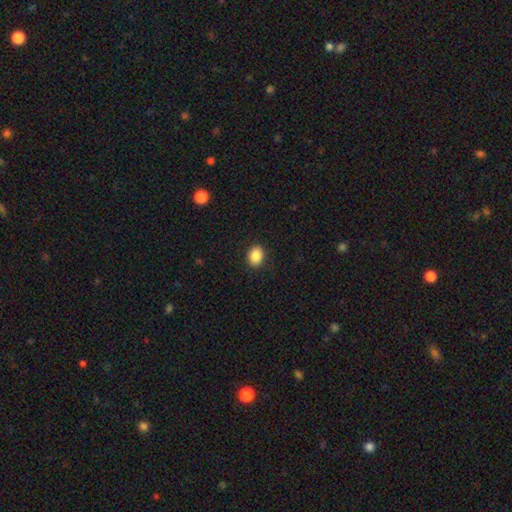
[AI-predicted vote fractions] A smooth galaxy with no disk features (88%) that is in between round and cigar-shaped (60%).

Vote fractions:
- Smooth or featured? smooth: 88% / star or artifact: 9% / featured or disk: 3%
- How rounded? in between: 60% / round: 39% / cigar-shaped: 1%
- Merging? none: 90% / minor disturbance: 7% / major disturbance: 2% / merger: 1%